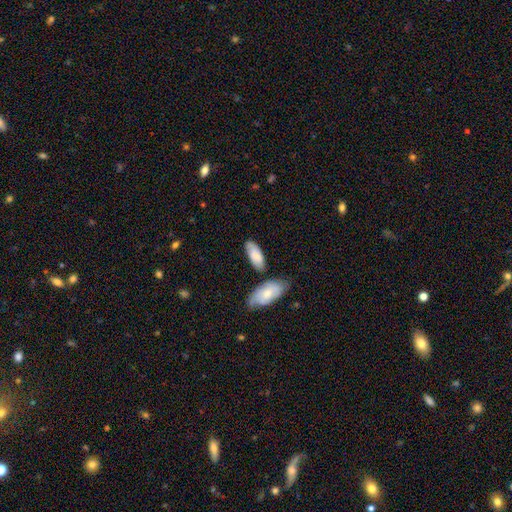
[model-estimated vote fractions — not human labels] smooth-or-featured: smooth: 73% | featured or disk: 21% | star or artifact: 6%
  how-rounded: in between: 84% | cigar-shaped: 14% | round: 2%
  merging: none: 61% | minor disturbance: 22% | merger: 12% | major disturbance: 6%